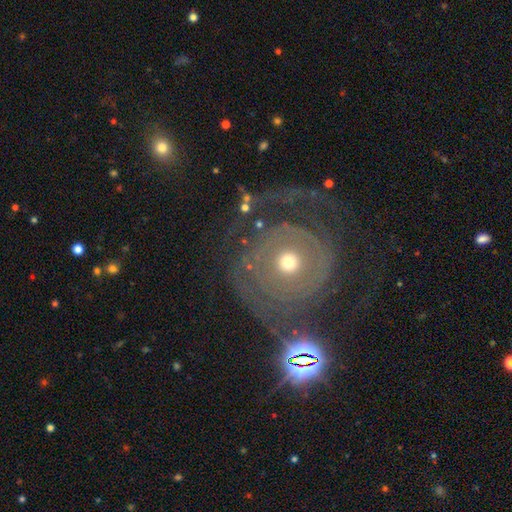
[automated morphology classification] A featured or disk galaxy (69%) with no bar (80%), spiral arms (70%) and a moderate central bulge (53%).

Vote fractions:
- Smooth or featured? featured or disk: 69% / smooth: 18% / star or artifact: 12%
- Edge-on disk? no: 96% / yes: 4%
- Bar? no: 80% / weak: 14% / strong: 6%
- Spiral arms? yes: 70% / no: 30%
- Bulge size? moderate: 53% / small: 40% / large: 4% / dominant: 1% / none: 1%
- Merging? none: 65% / minor disturbance: 15% / major disturbance: 15% / merger: 5%